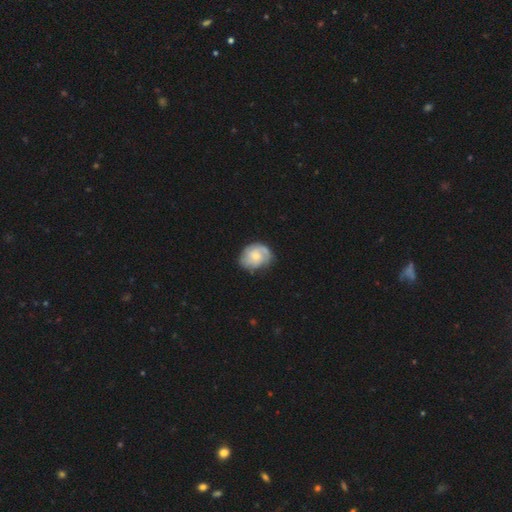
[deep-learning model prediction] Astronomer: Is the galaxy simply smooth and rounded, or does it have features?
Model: featured or disk — 62%.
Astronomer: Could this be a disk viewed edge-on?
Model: no — 98%.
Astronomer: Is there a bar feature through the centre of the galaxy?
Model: no — 72%.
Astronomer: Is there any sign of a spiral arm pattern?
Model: yes — 88%.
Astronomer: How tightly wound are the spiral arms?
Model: tight — 55% (runner-up: medium, 33%).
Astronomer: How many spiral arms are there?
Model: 2 — 33% (runner-up: can't tell, 32%).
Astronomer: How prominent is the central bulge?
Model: small — 46% (runner-up: moderate, 43%).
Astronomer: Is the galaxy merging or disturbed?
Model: none — 69%.